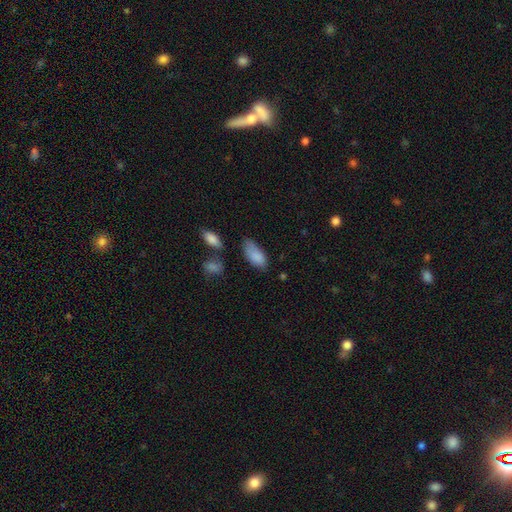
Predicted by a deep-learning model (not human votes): Overall: smooth (84%). How rounded: in between (89%). Merging: none (52%; minor disturbance 32%).